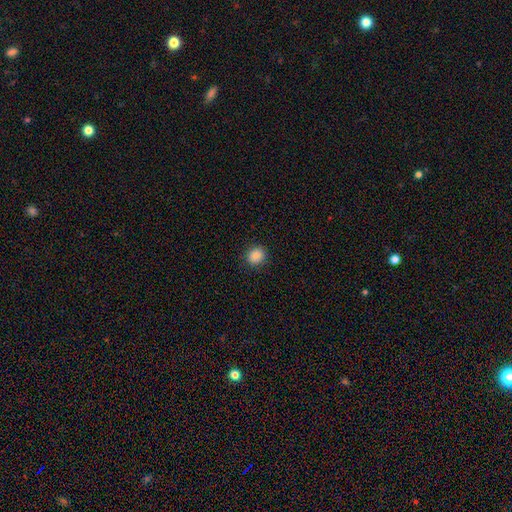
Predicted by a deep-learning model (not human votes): A smooth galaxy with no disk features (86%) that is round (80%).

Vote fractions:
- Smooth or featured? smooth: 86% / star or artifact: 10% / featured or disk: 4%
- How rounded? round: 80% / in between: 19% / cigar-shaped: 1%
- Merging? none: 90% / minor disturbance: 7% / major disturbance: 2% / merger: 1%